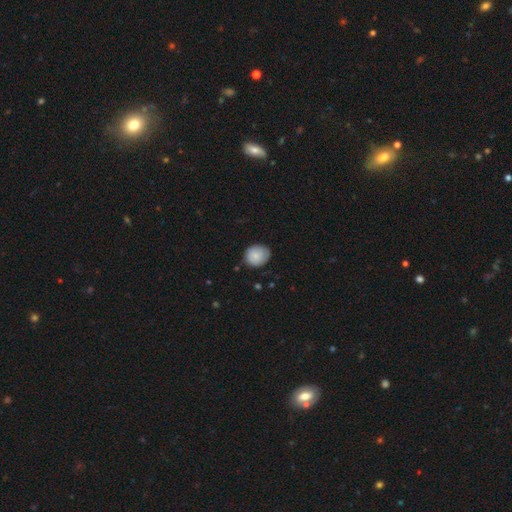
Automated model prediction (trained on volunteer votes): Smooth or featured: smooth — 80% (featured or disk — 13%)
How rounded: round — 65% (in between — 34%)
Merging: none — 73% (minor disturbance — 22%)